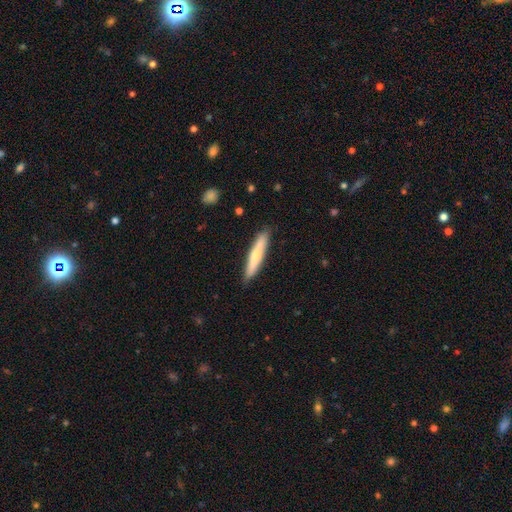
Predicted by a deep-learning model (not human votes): Smooth or featured? smooth (65%)
How rounded? cigar-shaped (91%)
Merging? none (88%)